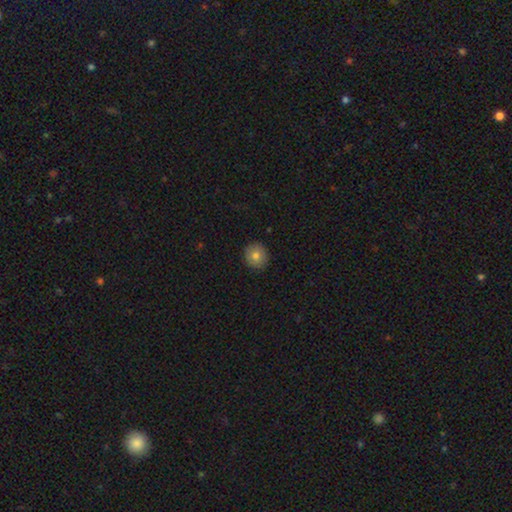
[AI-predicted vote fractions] Overall: smooth (79%). How rounded: round (90%). Merging: none (91%).